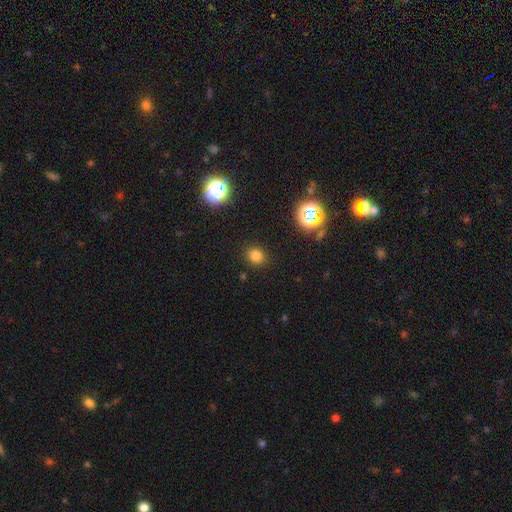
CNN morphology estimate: Smooth or featured? smooth (77%)
How rounded? round (72%)
Merging? none (88%)